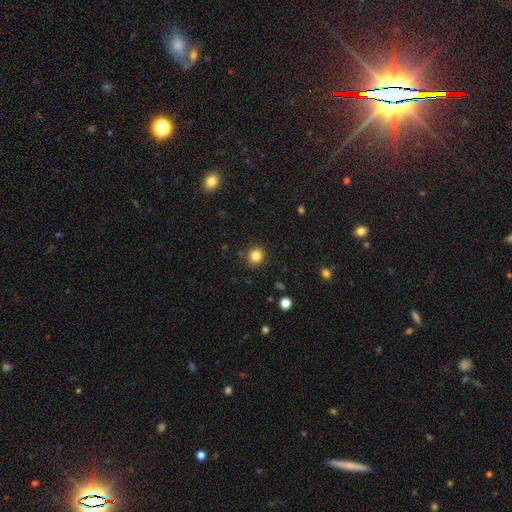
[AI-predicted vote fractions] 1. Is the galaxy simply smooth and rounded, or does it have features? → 83% smooth, 12% star or artifact, 5% featured or disk.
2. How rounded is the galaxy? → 83% round, 17% in between, 1% cigar-shaped.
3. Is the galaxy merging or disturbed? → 89% none, 7% minor disturbance, 2% major disturbance, 2% merger.